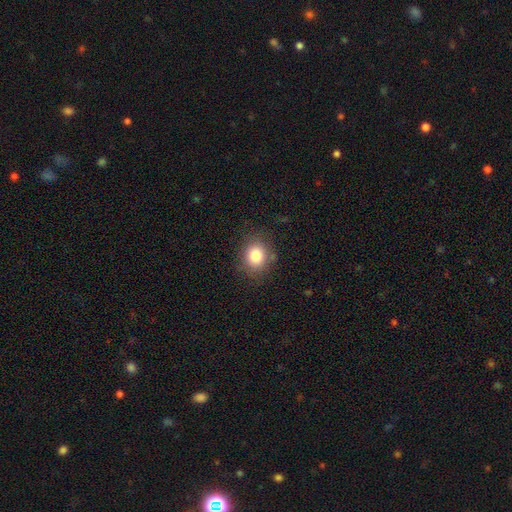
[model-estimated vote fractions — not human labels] smooth-or-featured: smooth: 81% | star or artifact: 11% | featured or disk: 8%
  how-rounded: round: 69% | in between: 30% | cigar-shaped: 1%
  merging: none: 83% | minor disturbance: 12% | major disturbance: 4% | merger: 2%